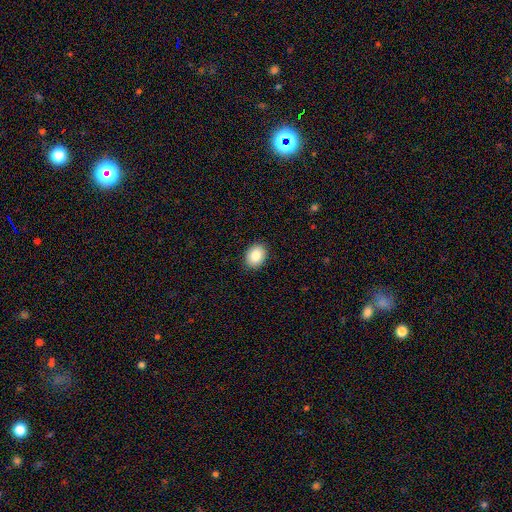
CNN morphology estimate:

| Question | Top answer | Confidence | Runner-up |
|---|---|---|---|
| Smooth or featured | smooth | 85% | star or artifact (8%) |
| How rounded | in between | 59% | round (40%) |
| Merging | none | 90% | minor disturbance (7%) |